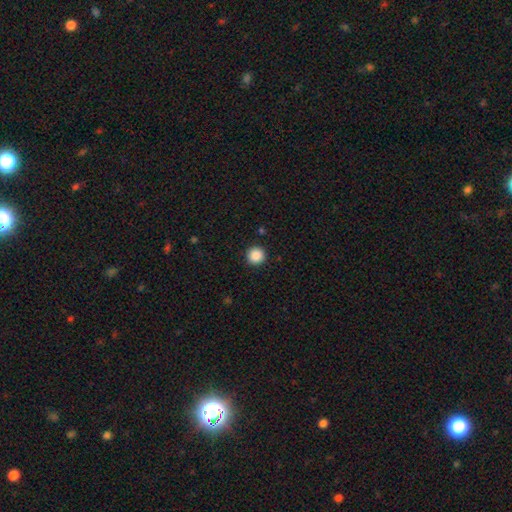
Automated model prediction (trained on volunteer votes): A smooth galaxy with no disk features (88%) that is round (96%). Merging: none (93%).